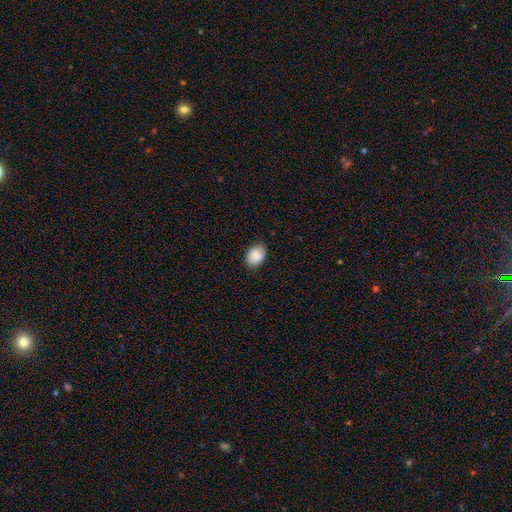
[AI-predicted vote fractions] Morphology: type=smooth (90%); roundness=in between (77%); merging=none (83%).